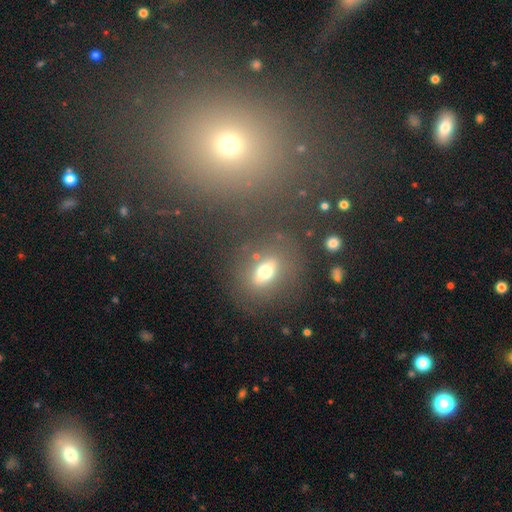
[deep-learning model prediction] Smooth or featured?
  - smooth: 60% *
  - featured or disk: 21%
  - star or artifact: 19%
How rounded?
  - in between: 71% *
  - round: 23%
  - cigar-shaped: 6%
Merging?
  - none: 75% *
  - minor disturbance: 12%
  - merger: 8%
  - major disturbance: 6%